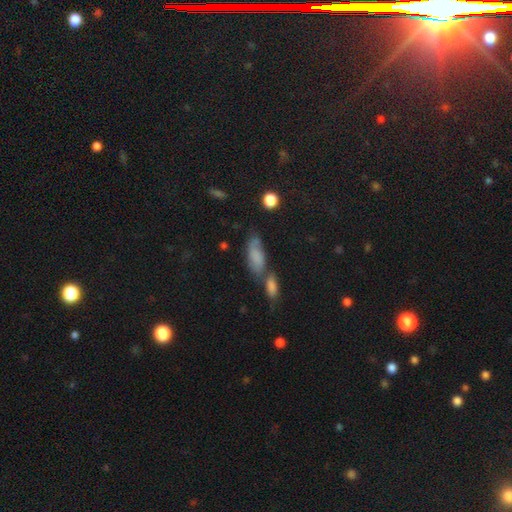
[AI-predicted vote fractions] A smooth galaxy with no disk features (75%) that is in between round and cigar-shaped (78%).

Vote fractions:
- Smooth or featured? smooth: 75% / featured or disk: 16% / star or artifact: 9%
- How rounded? in between: 78% / cigar-shaped: 19% / round: 3%
- Merging? none: 41% / merger: 34% / minor disturbance: 18% / major disturbance: 8%